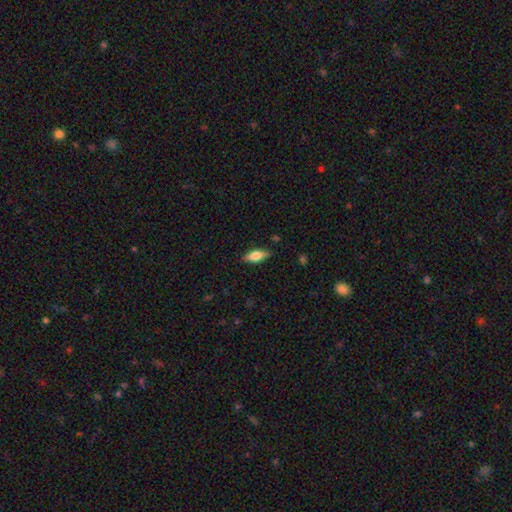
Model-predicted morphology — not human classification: The model was most divided on "smooth or featured": smooth: 63%, featured or disk: 30%, star or artifact: 7%. More confident: merging — none (84%); how rounded — in between (72%).